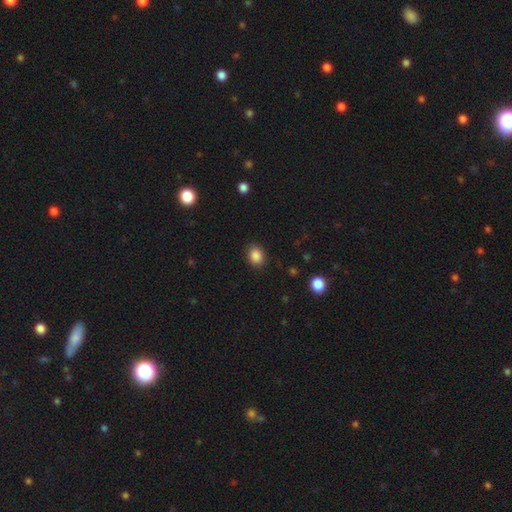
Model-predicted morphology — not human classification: Smooth or featured: smooth — 87% (star or artifact — 10%)
How rounded: in between — 51% (round — 48%)
Merging: none — 86% (minor disturbance — 10%)